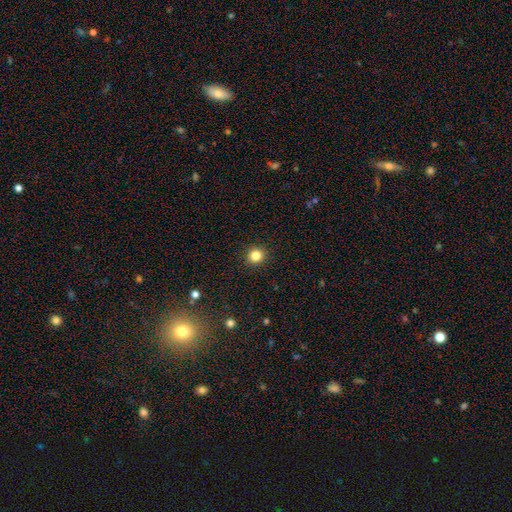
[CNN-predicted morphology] Smooth or featured? Predicted: smooth (p=0.84). How rounded? Predicted: round (p=0.90). Merging? Predicted: none (p=0.92).